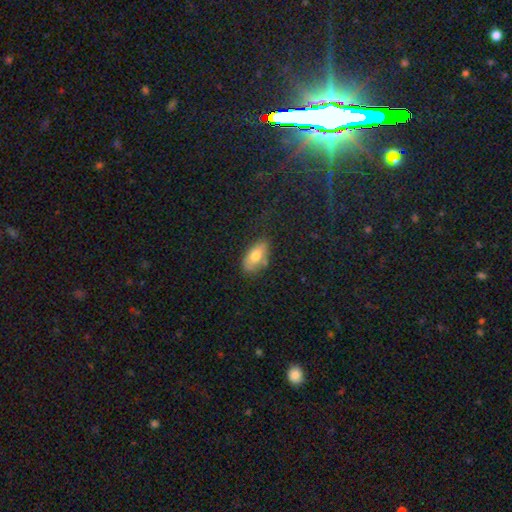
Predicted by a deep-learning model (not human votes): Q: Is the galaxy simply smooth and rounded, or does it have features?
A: smooth — 71%.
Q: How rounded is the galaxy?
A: in between — 86%.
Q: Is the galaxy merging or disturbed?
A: none — 67%.